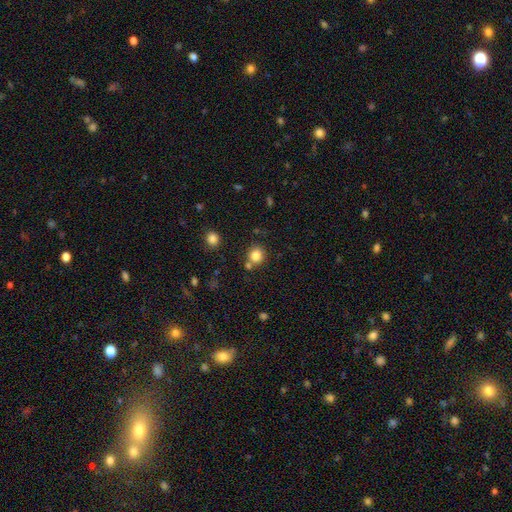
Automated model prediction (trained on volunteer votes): Smooth or featured? Predicted: smooth (p=0.83). How rounded? Predicted: round (p=0.83). Merging? Predicted: none (p=0.71).